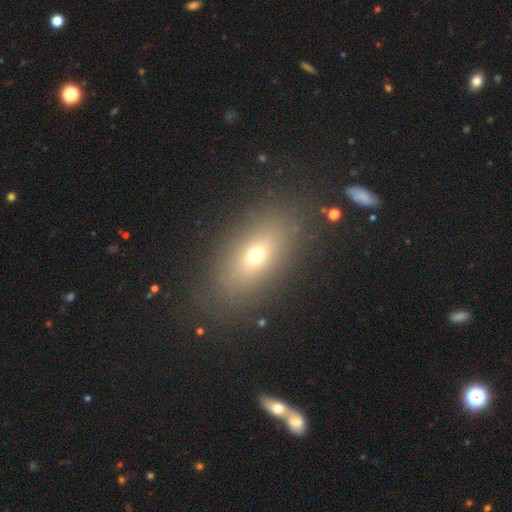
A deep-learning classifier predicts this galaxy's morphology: Smooth or featured? Predicted: smooth (p=0.64). How rounded? Predicted: in between (p=0.78). Merging? Predicted: none (p=0.82).